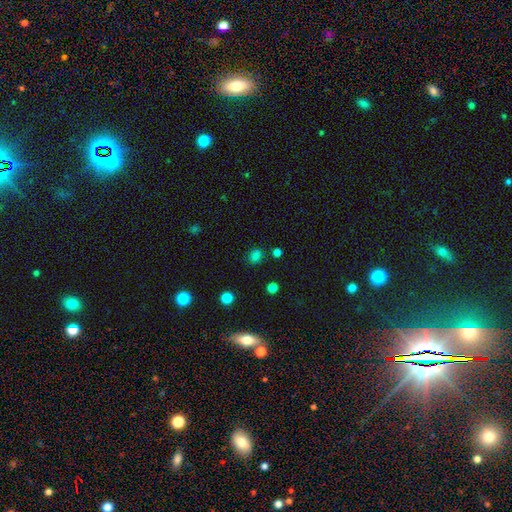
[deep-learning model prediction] smooth_or_featured: smooth (p=0.78) [alt: star or artifact p=0.18]
how_rounded: round (p=0.61) [alt: in between p=0.38]
merging: none (p=0.81) [alt: minor disturbance p=0.11]